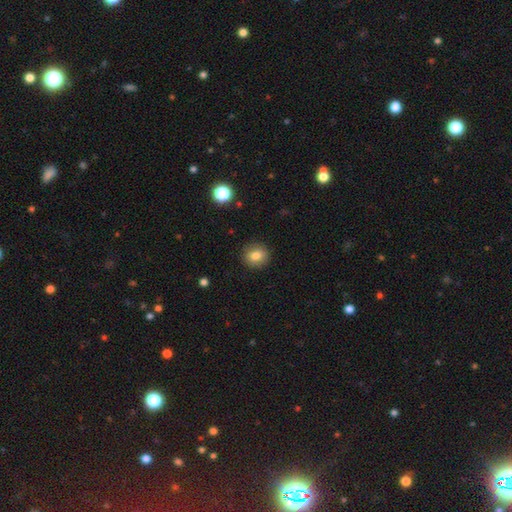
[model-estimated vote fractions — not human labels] smooth_or_featured: smooth (p=0.82) [alt: star or artifact p=0.10]
how_rounded: round (p=0.82) [alt: in between p=0.17]
merging: none (p=0.90) [alt: minor disturbance p=0.07]